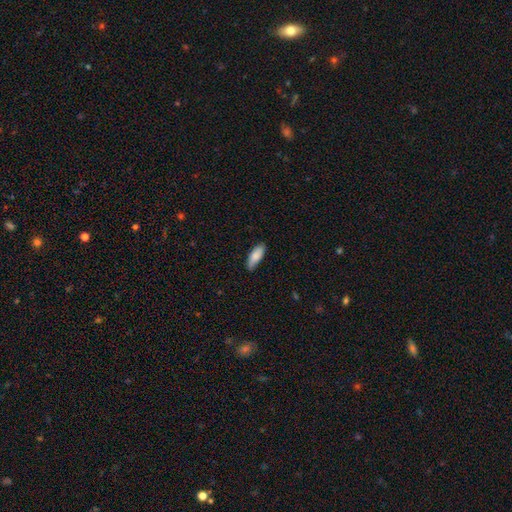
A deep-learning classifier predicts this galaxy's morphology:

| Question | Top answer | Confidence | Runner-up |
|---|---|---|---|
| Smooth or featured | smooth | 84% | featured or disk (10%) |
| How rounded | in between | 73% | cigar-shaped (25%) |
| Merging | none | 78% | minor disturbance (18%) |